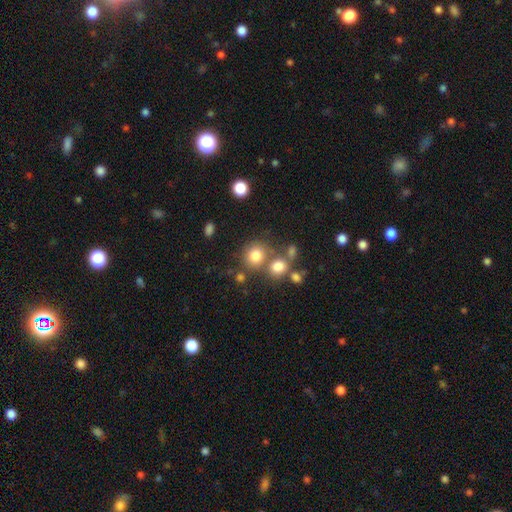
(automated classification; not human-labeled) A smooth galaxy with no disk features (78%) that is round (83%). Merging: none (60%).